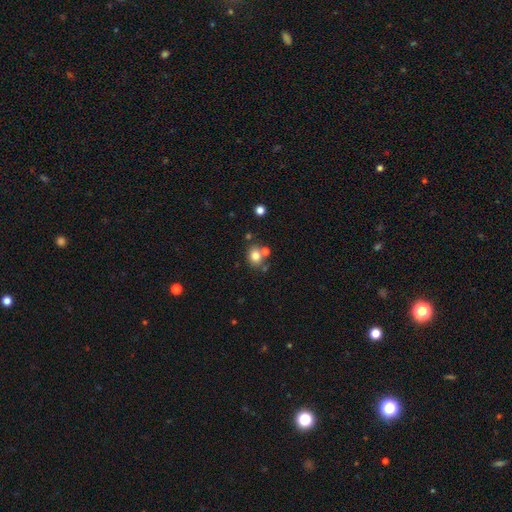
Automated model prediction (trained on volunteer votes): Overall: smooth (78%). How rounded: round (61%; in between 38%). Merging: none (61%; merger 23%).